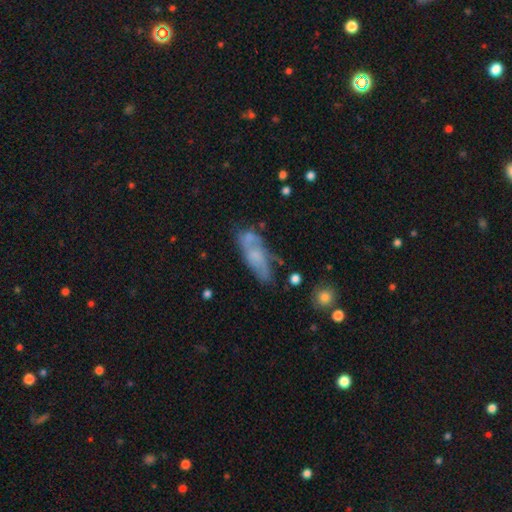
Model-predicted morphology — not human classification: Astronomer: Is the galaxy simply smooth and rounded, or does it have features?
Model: smooth — 50% (runner-up: featured or disk, 41%).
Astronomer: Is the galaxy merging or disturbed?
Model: none — 44% (runner-up: minor disturbance, 25%).